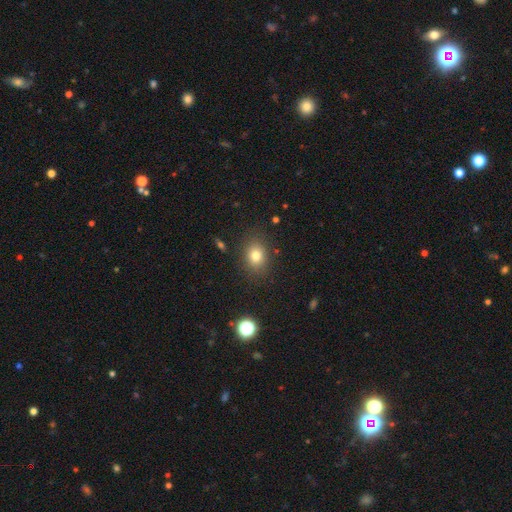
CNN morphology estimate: Smooth or featured: smooth — 78% (star or artifact — 13%)
How rounded: in between — 56% (round — 42%)
Merging: none — 84% (minor disturbance — 10%)